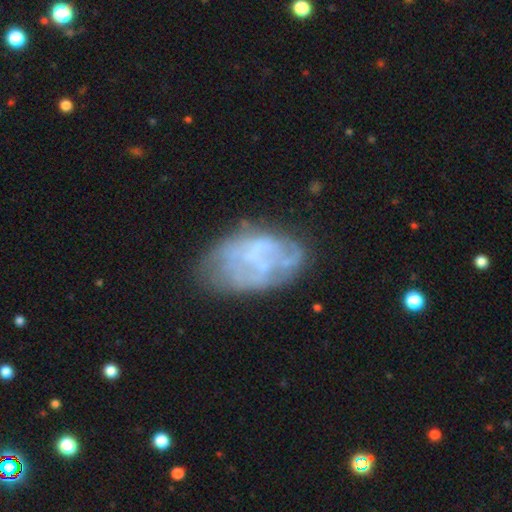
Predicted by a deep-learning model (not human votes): This appears to be a featured or disk galaxy (61%) with no bar (74%), no spiral arms (69%) and no central bulge (60%). Merging: none (51%).